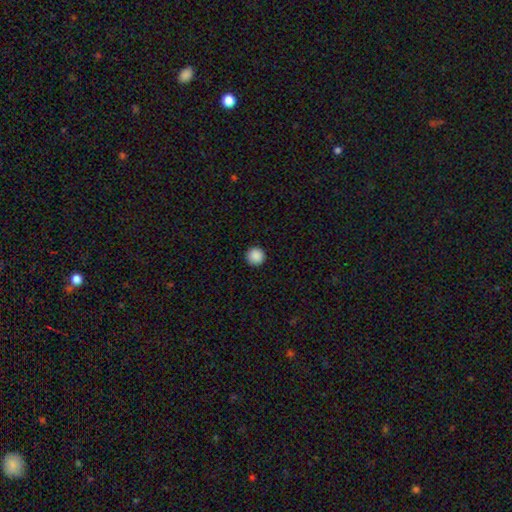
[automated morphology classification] Overall: smooth (89%). How rounded: round (96%). Merging: none (93%).